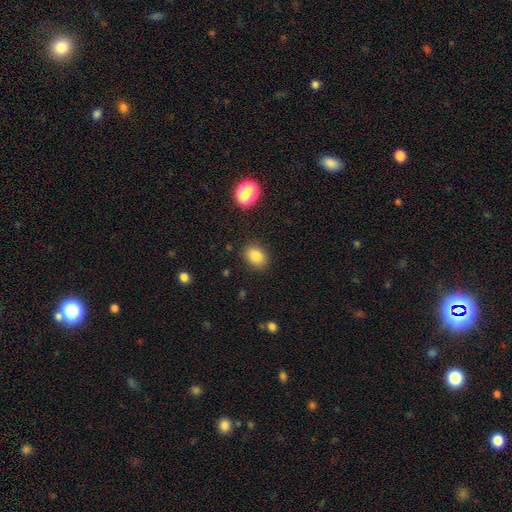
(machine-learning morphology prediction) The model was most divided on "how rounded": in between: 61%, round: 38%, cigar-shaped: 1%. More confident: merging — none (85%); smooth or featured — smooth (83%).